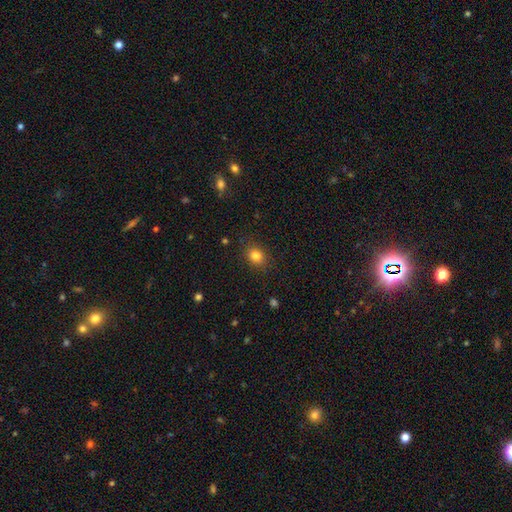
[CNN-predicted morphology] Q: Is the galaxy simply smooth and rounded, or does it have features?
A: smooth — 83%.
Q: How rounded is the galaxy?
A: round — 55%.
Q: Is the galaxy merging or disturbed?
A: none — 86%.